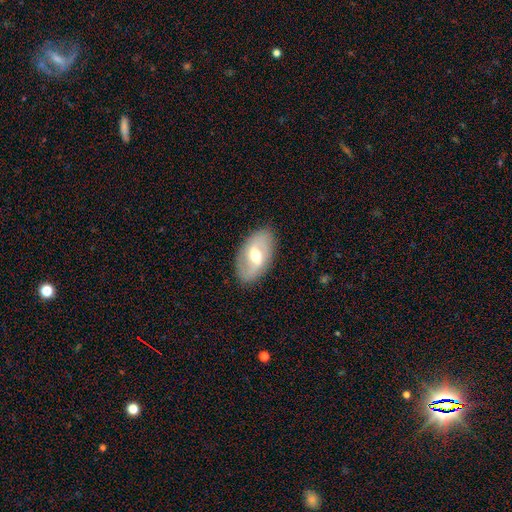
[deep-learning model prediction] smooth_or_featured: featured or disk (p=0.58) [alt: smooth p=0.36]
disk_edge_on: no (p=0.90) [alt: yes p=0.10]
bar: weak (p=0.49) [alt: strong p=0.28]
has_spiral_arms: yes (p=0.56) [alt: no p=0.44]
bulge_size: moderate (p=0.71) [alt: small p=0.16]
merging: none (p=0.84) [alt: minor disturbance p=0.11]